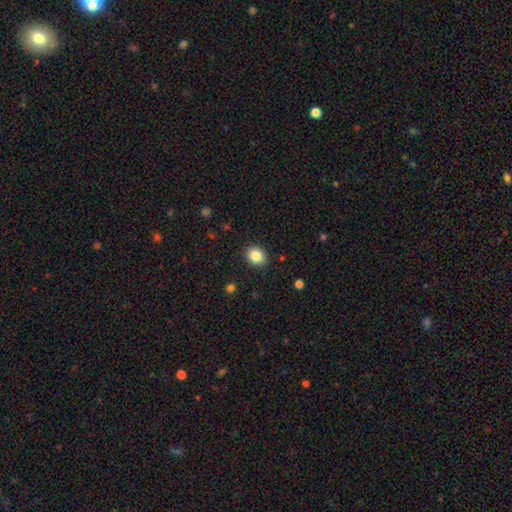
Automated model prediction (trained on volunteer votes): Smooth or featured: smooth — 85% (star or artifact — 9%)
How rounded: round — 53% (in between — 46%)
Merging: none — 90% (minor disturbance — 7%)